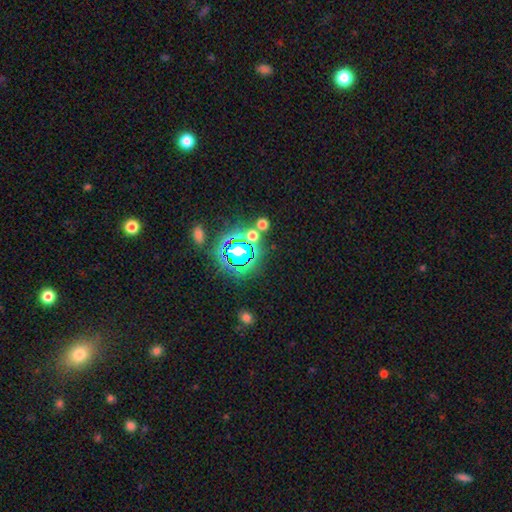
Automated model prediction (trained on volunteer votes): This is likely a star or artifact rather than a galaxy (77%).